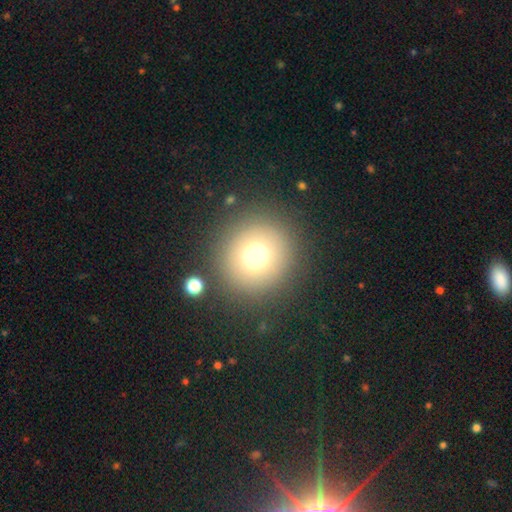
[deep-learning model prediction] Smooth or featured? Predicted: smooth (p=0.73). How rounded? Predicted: round (p=0.93). Merging? Predicted: none (p=0.88).